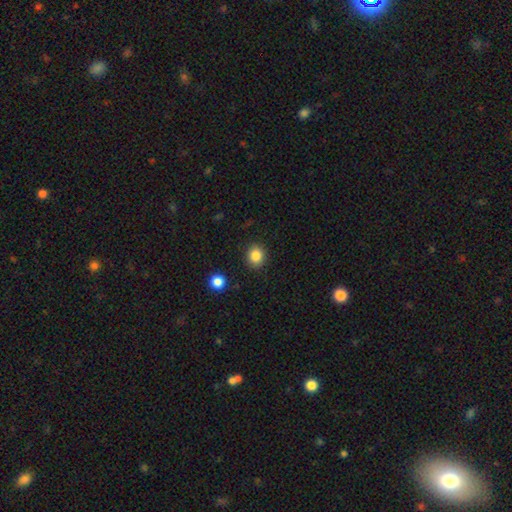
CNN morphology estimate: Smooth or featured? smooth (85%)
How rounded? round (77%)
Merging? none (89%)